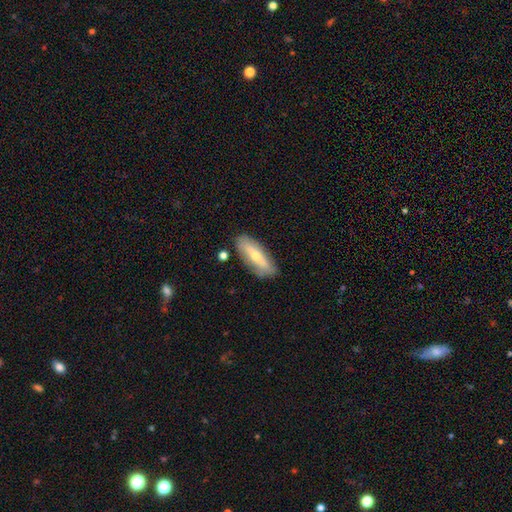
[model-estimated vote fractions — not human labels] smooth 57%, featured or disk 37%, star or artifact 6%. Down the decision tree: how rounded — in between (58%); merging — none (80%).